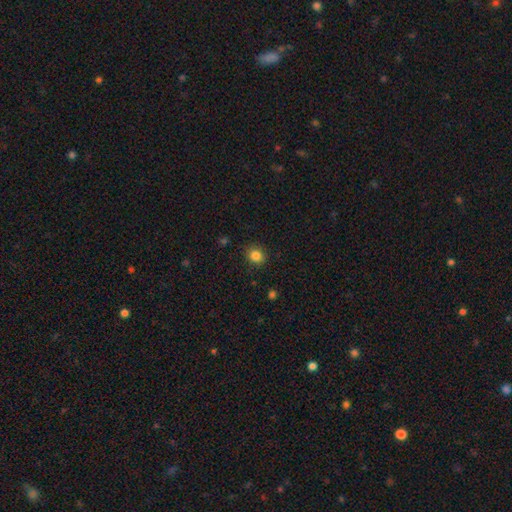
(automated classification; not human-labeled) This appears to be a smooth galaxy with no disk features (84%) that is round (72%). Merging: none (88%).